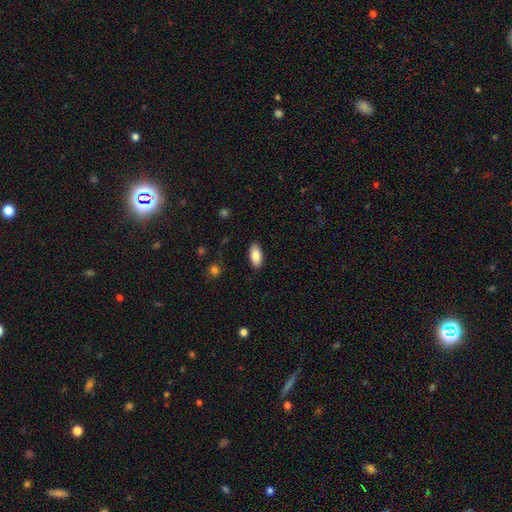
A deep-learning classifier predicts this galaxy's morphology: Smooth or featured?
  - smooth: 84% *
  - featured or disk: 9%
  - star or artifact: 6%
How rounded?
  - in between: 89% *
  - cigar-shaped: 9%
  - round: 2%
Merging?
  - none: 88% *
  - minor disturbance: 9%
  - major disturbance: 2%
  - merger: 1%